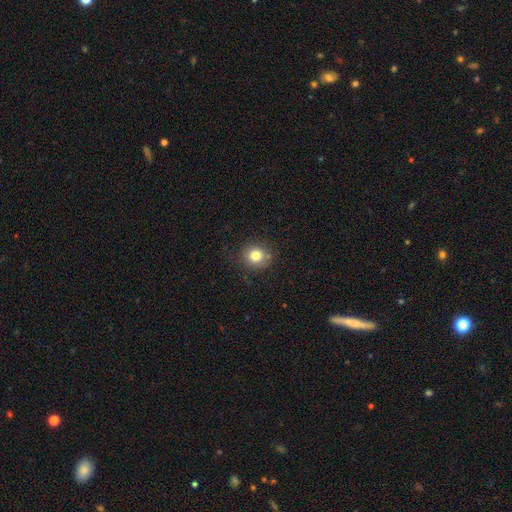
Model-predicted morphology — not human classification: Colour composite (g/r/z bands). It shows a smooth galaxy with no disk features (80%) that is round (87%). Merging: none (83%).